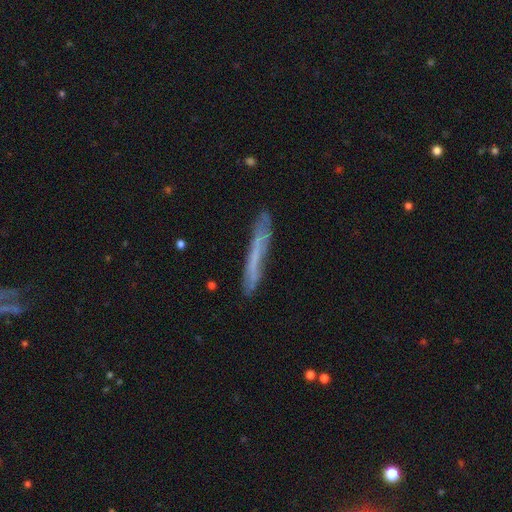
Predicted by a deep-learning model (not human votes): A smooth galaxy with no disk features (51%) that is cigar-shaped (96%).

Vote fractions:
- Smooth or featured? smooth: 51% / featured or disk: 42% / star or artifact: 8%
- How rounded? cigar-shaped: 96% / in between: 3% / round: 1%
- Merging? none: 79% / minor disturbance: 15% / major disturbance: 3% / merger: 2%